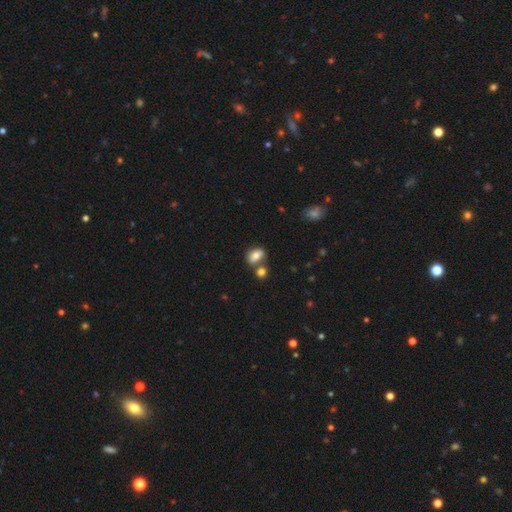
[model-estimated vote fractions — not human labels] Smooth or featured: smooth — 76% (featured or disk — 14%)
How rounded: in between — 74% (round — 24%)
Merging: none — 56% (merger — 28%)